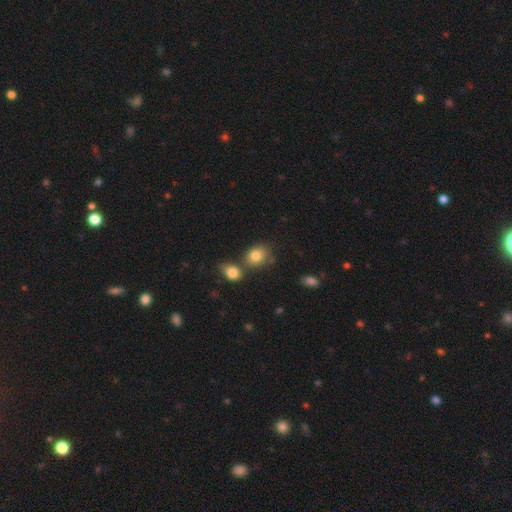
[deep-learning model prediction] Smooth or featured: smooth — 81% (star or artifact — 10%)
How rounded: round — 54% (in between — 45%)
Merging: none — 51% (merger — 31%)